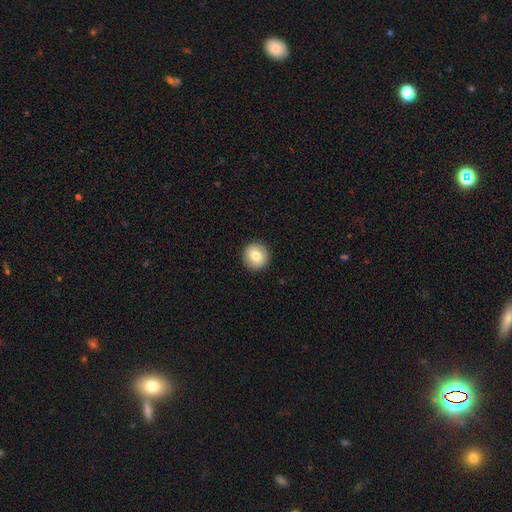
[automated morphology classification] smooth_or_featured: smooth (p=0.78) [alt: featured or disk p=0.13]
how_rounded: round (p=0.95) [alt: in between p=0.05]
merging: none (p=0.92) [alt: minor disturbance p=0.05]